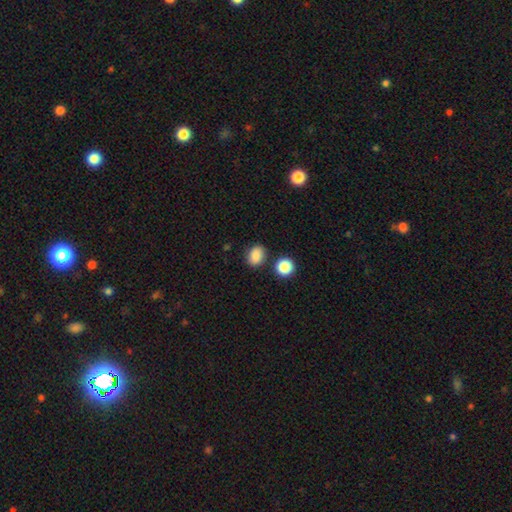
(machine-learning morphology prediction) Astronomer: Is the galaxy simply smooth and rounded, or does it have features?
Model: smooth — 85%.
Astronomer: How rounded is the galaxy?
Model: in between — 55% (runner-up: round, 44%).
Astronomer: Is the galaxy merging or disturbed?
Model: none — 80%.